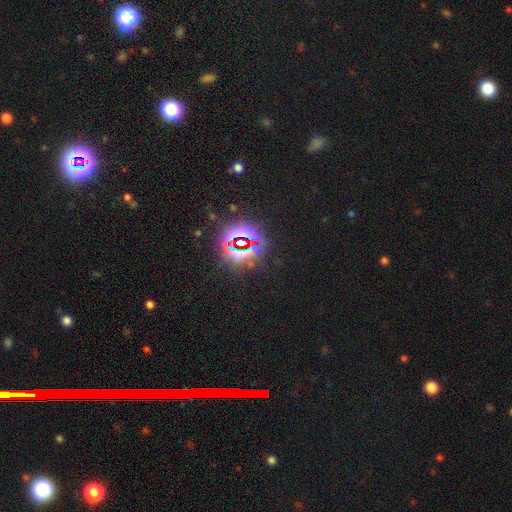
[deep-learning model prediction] Overall: star or artifact (82%).